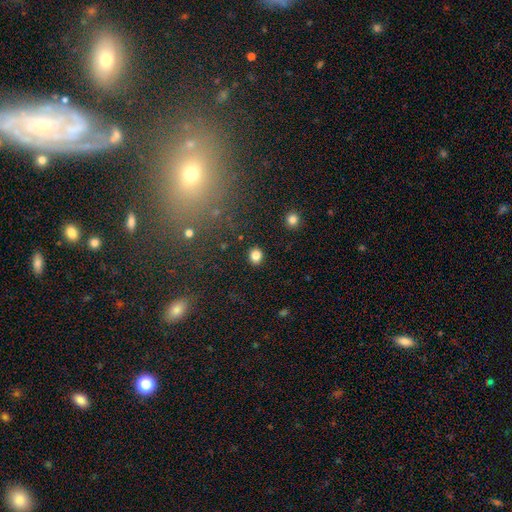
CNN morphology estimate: This is clearly a smooth galaxy (83%). How rounded: likely round (69%). Merging: clearly none (89%).